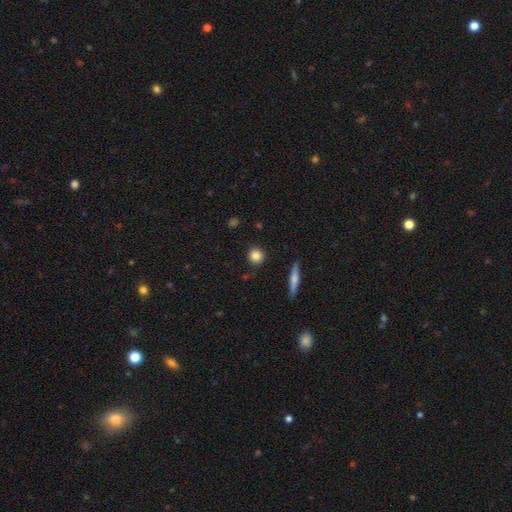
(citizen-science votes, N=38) Smooth or featured? smooth (89%)
How rounded? round (97%)
Merging? none (89%)